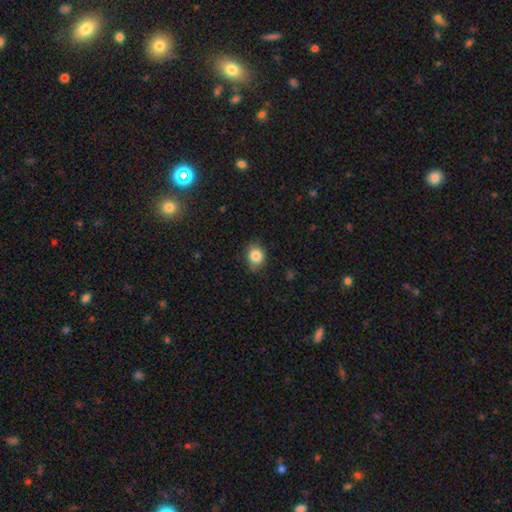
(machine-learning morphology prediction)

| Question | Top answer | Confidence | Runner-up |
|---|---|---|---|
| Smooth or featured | smooth | 85% | star or artifact (10%) |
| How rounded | round | 67% | in between (32%) |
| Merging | none | 78% | minor disturbance (17%) |